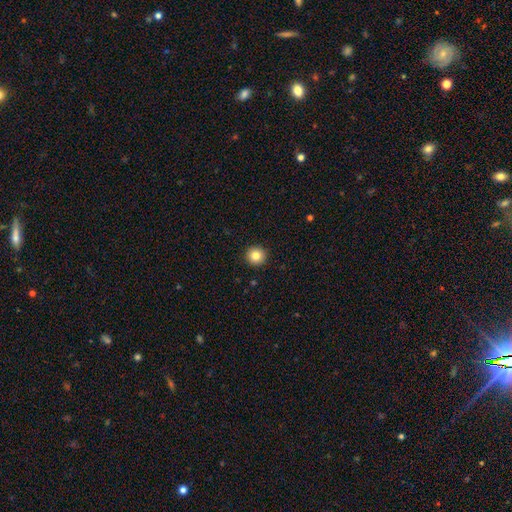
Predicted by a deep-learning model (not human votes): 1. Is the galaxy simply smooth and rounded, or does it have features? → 83% smooth, 10% star or artifact, 7% featured or disk.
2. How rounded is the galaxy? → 96% round, 3% in between, 1% cigar-shaped.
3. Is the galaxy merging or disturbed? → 93% none, 4% minor disturbance, 1% major disturbance, 1% merger.